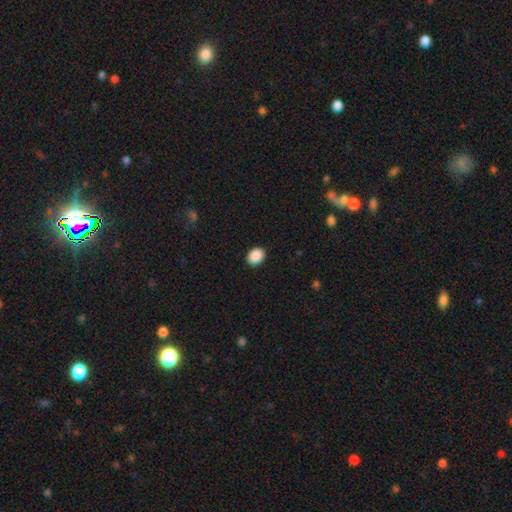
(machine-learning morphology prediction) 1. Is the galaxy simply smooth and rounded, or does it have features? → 90% smooth, 8% star or artifact, 2% featured or disk.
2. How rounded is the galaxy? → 56% in between, 43% round, 1% cigar-shaped.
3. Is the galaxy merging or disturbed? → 91% none, 7% minor disturbance, 2% major disturbance, 1% merger.